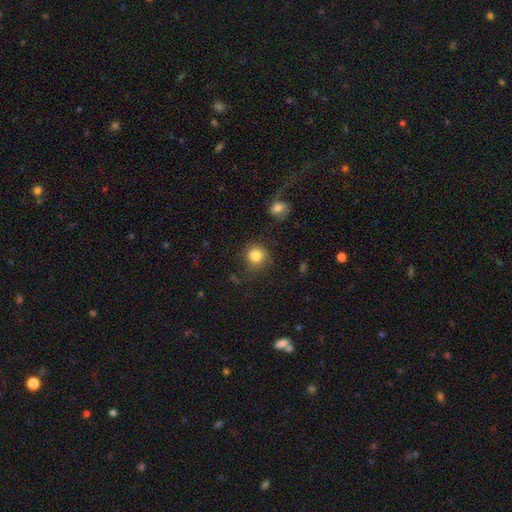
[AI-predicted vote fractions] Smooth or featured? smooth (85%)
How rounded? round (89%)
Merging? none (76%)